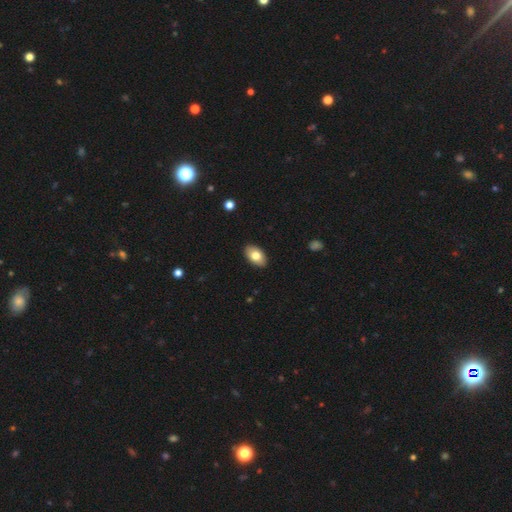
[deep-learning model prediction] A smooth galaxy with no disk features (78%) that is in between round and cigar-shaped (93%).

Vote fractions:
- Smooth or featured? smooth: 78% / featured or disk: 15% / star or artifact: 7%
- How rounded? in between: 93% / round: 6% / cigar-shaped: 1%
- Merging? none: 89% / minor disturbance: 8% / major disturbance: 2% / merger: 1%